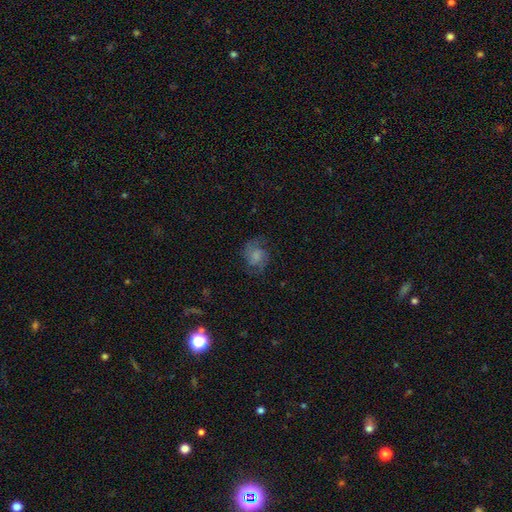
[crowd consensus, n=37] Smooth or featured? 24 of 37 (65%) said featured or disk. Edge-on disk? 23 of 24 (96%) said no. Bar? 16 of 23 (70%) said no. Spiral arms? 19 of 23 (83%) said yes. Spiral winding? 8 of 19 (42%) said loose. Spiral arm count? 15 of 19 (79%) said 2. Bulge size? 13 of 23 (57%) said none. Merging? 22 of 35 (63%) said none.